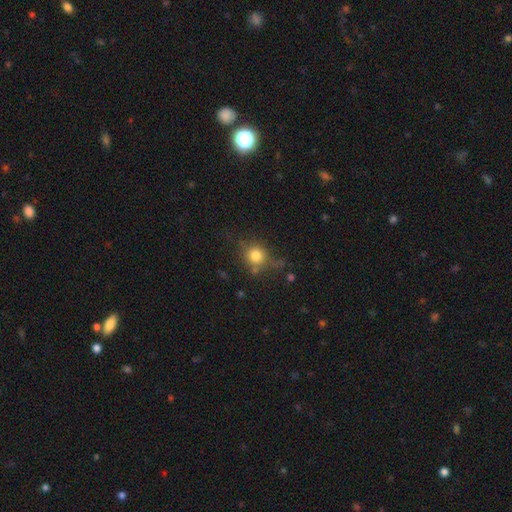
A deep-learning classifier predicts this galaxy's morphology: Q: Smooth or featured?
A: smooth (77%); runner-up: star or artifact (12%)
Q: How rounded?
A: round (85%); runner-up: in between (13%)
Q: Merging?
A: none (66%); runner-up: minor disturbance (20%)